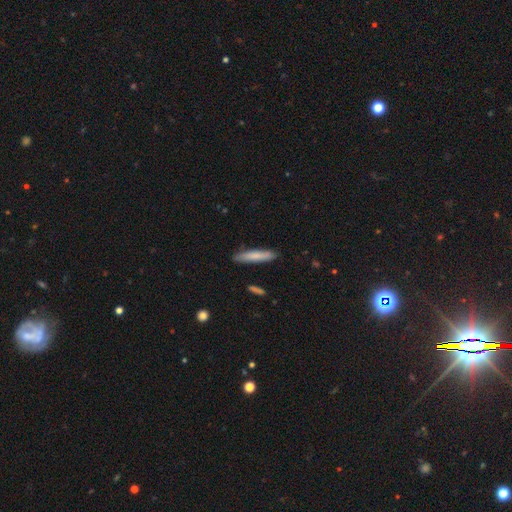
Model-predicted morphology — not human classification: Overall: smooth (78%). How rounded: cigar-shaped (89%). Merging: none (88%).